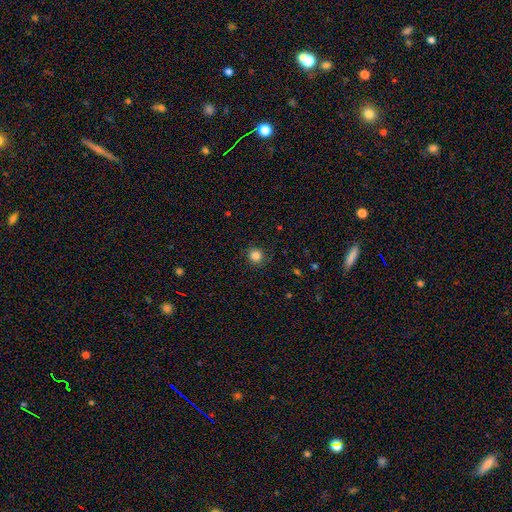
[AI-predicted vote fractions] Overall: smooth (84%). How rounded: round (92%). Merging: none (90%).